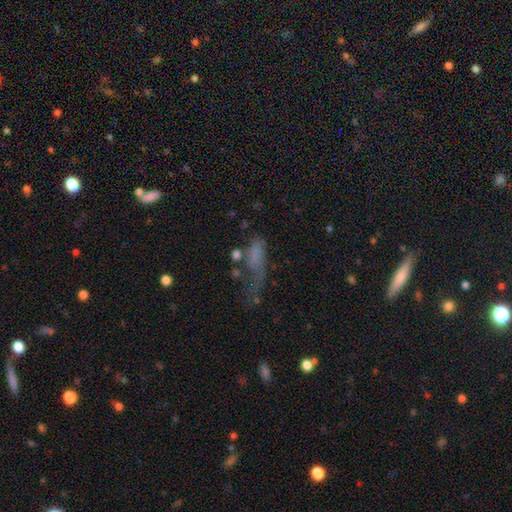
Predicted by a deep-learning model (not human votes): smooth 54%, featured or disk 29%, star or artifact 17%. Down the decision tree: how rounded — in between (71%); merging — major disturbance (51%).